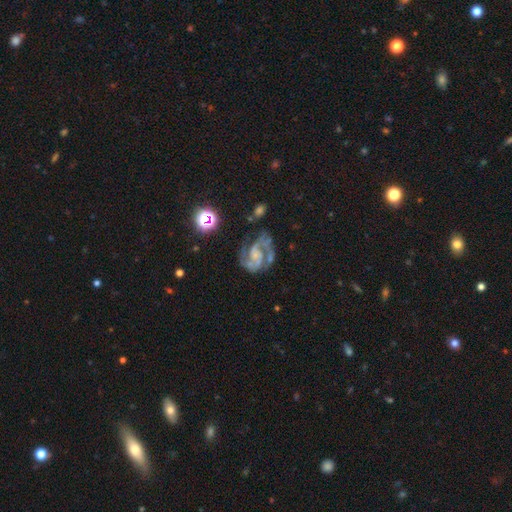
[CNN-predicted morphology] Smooth or featured: featured or disk — 85% (star or artifact — 8%)
Edge-on disk: no — 98% (yes — 2%)
Bar: no — 55% (weak — 34%)
Spiral arms: yes — 95% (no — 5%)
Spiral winding: medium — 53% (tight — 31%)
Spiral arm count: 2 — 74% (3 — 9%)
Bulge size: none — 42% (small — 36%)
Merging: none — 53% (major disturbance — 22%)